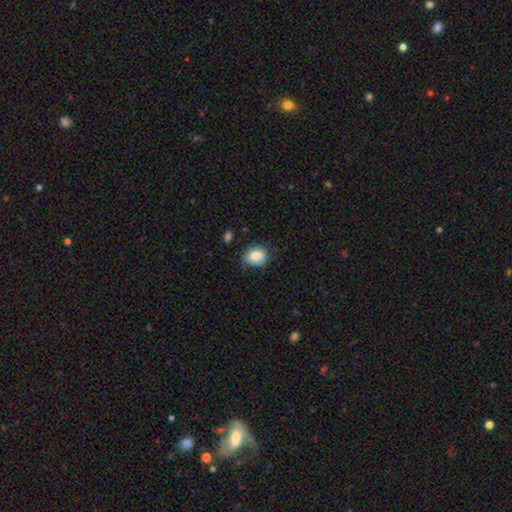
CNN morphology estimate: smooth 79%, featured or disk 12%, star or artifact 9%. Down the decision tree: how rounded — round (53%); merging — none (67%).